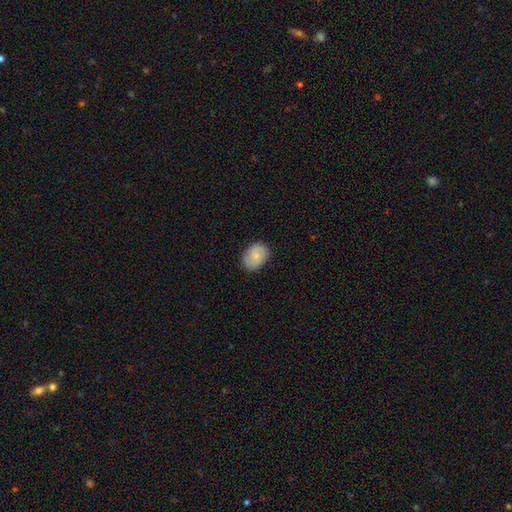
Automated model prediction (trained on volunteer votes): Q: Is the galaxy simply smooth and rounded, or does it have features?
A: smooth — 71%.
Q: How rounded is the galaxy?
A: in between — 70%.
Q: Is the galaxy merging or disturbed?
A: none — 81%.